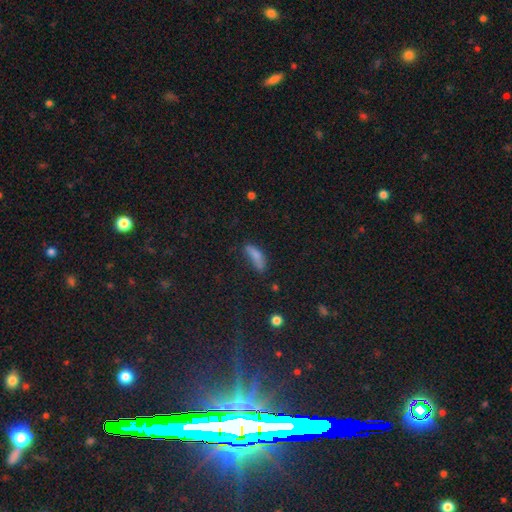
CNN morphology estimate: smooth-or-featured: smooth: 77% | featured or disk: 12% | star or artifact: 11%
  how-rounded: in between: 51% | cigar-shaped: 46% | round: 3%
  merging: none: 48% | minor disturbance: 32% | major disturbance: 15% | merger: 6%